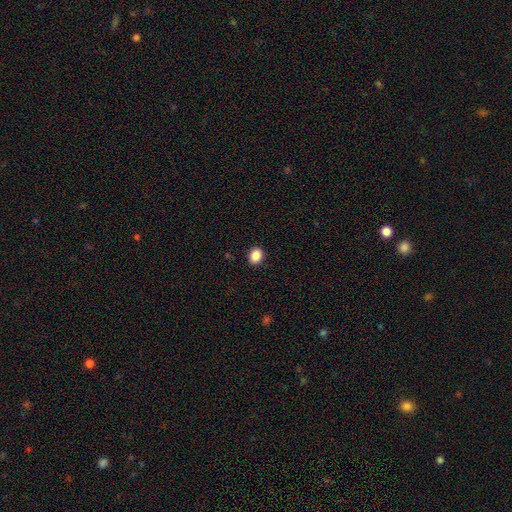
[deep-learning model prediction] smooth_or_featured: smooth (p=0.88) [alt: star or artifact p=0.09]
how_rounded: round (p=0.55) [alt: in between p=0.44]
merging: none (p=0.91) [alt: minor disturbance p=0.06]